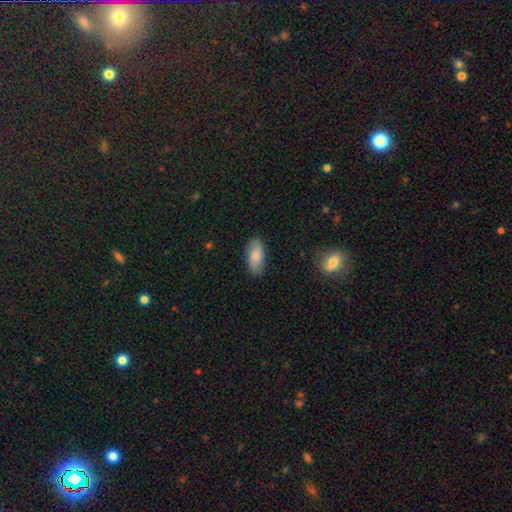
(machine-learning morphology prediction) This is clearly a smooth galaxy (80%). How rounded: clearly in between (88%). Merging: clearly none (85%).